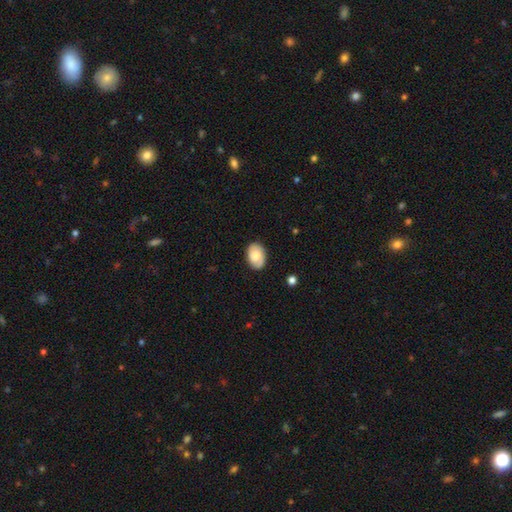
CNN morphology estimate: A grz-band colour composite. It shows a smooth galaxy with no disk features (62%) that is in between round and cigar-shaped (85%). Merging: none (84%).